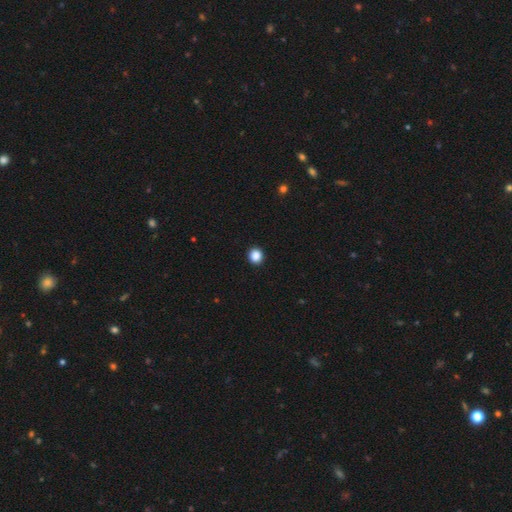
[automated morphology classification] Smooth or featured?
  - smooth: 87% *
  - star or artifact: 10%
  - featured or disk: 2%
How rounded?
  - round: 86% *
  - in between: 13%
  - cigar-shaped: 1%
Merging?
  - none: 93% *
  - minor disturbance: 4%
  - major disturbance: 1%
  - merger: 1%